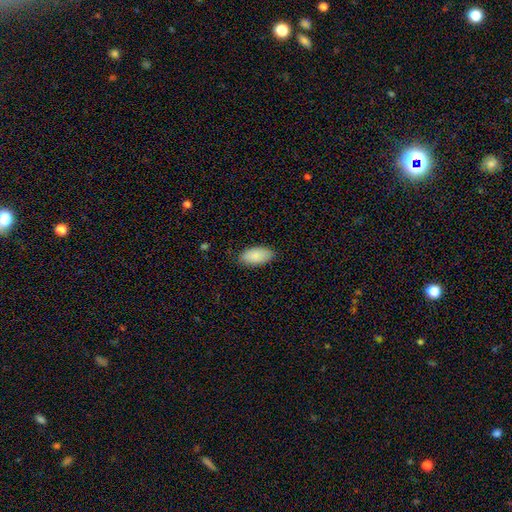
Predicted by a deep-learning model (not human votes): Overall: smooth (87%). How rounded: in between (94%). Merging: none (85%).